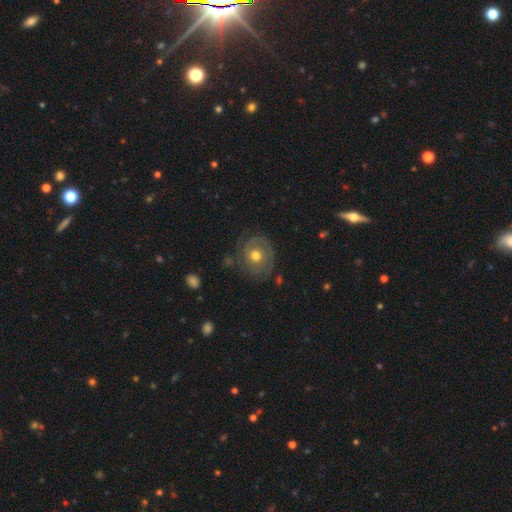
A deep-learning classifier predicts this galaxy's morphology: Smooth or featured?
  - featured or disk: 65% *
  - smooth: 27%
  - star or artifact: 8%
Edge-on disk?
  - no: 97% *
  - yes: 3%
Bar?
  - no: 83% *
  - weak: 14%
  - strong: 3%
Spiral arms?
  - yes: 79% *
  - no: 21%
Bulge size?
  - moderate: 79% *
  - small: 12%
  - large: 7%
  - dominant: 1%
  - none: 1%
Merging?
  - none: 71% *
  - minor disturbance: 18%
  - major disturbance: 9%
  - merger: 2%